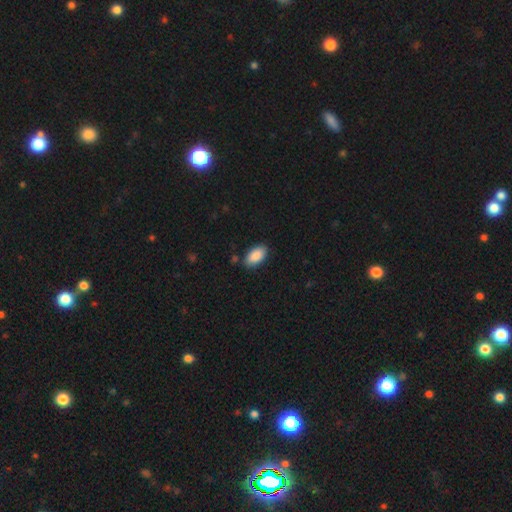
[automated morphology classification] Q: Smooth or featured?
A: smooth (89%); runner-up: star or artifact (6%)
Q: How rounded?
A: in between (95%); runner-up: round (3%)
Q: Merging?
A: none (83%); runner-up: minor disturbance (12%)